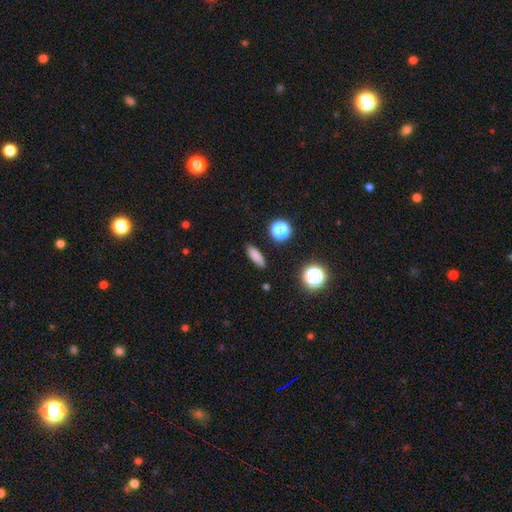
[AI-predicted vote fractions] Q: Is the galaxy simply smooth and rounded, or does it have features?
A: smooth — 79%.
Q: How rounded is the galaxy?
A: in between — 50%.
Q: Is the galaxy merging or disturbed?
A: none — 85%.